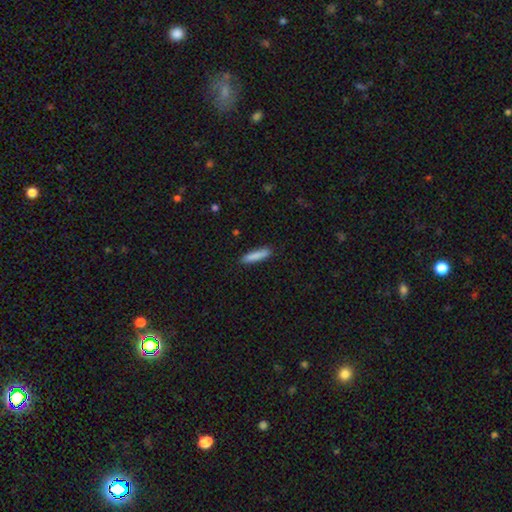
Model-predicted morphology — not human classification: smooth_or_featured: smooth (p=0.86) [alt: featured or disk p=0.08]
how_rounded: cigar-shaped (p=0.86) [alt: in between p=0.13]
merging: none (p=0.88) [alt: minor disturbance p=0.09]